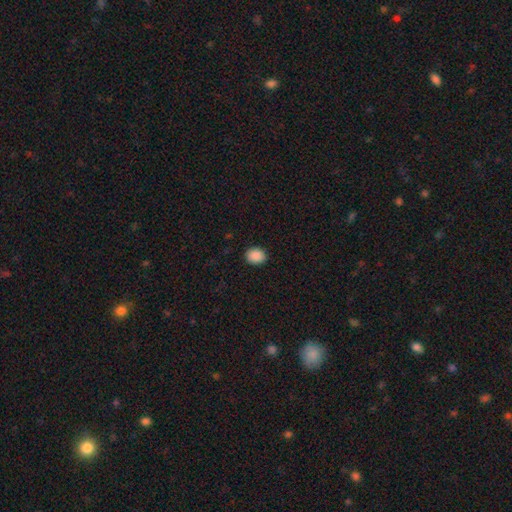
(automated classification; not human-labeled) smooth-or-featured: smooth: 89% | star or artifact: 8% | featured or disk: 2%
  how-rounded: round: 50% | in between: 49% | cigar-shaped: 1%
  merging: none: 90% | minor disturbance: 7% | major disturbance: 2% | merger: 1%